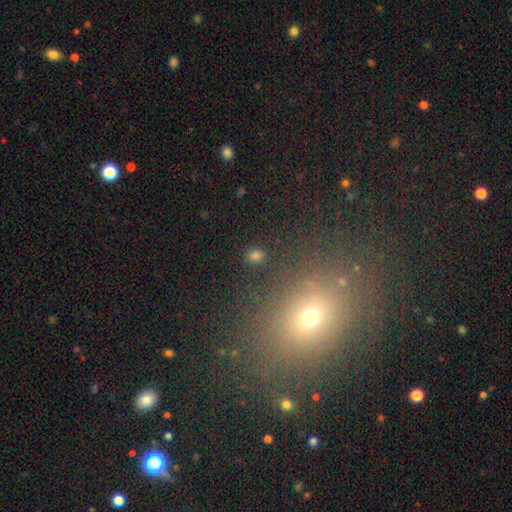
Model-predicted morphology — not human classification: This appears to be a smooth galaxy with no disk features (72%) that is round (54%). Merging: none (85%).